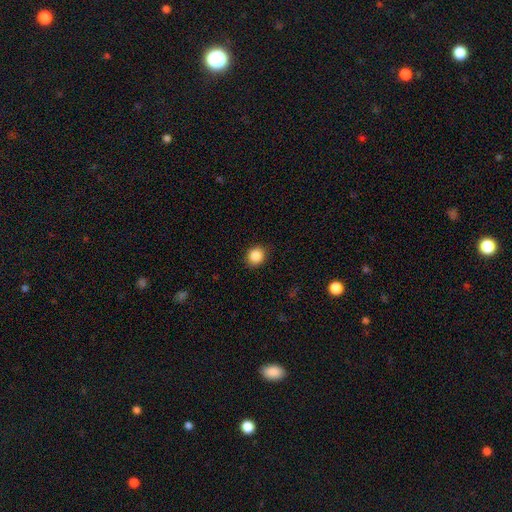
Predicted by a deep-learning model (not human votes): Smooth or featured: smooth — 88% (star or artifact — 9%)
How rounded: round — 79% (in between — 20%)
Merging: none — 89% (minor disturbance — 8%)